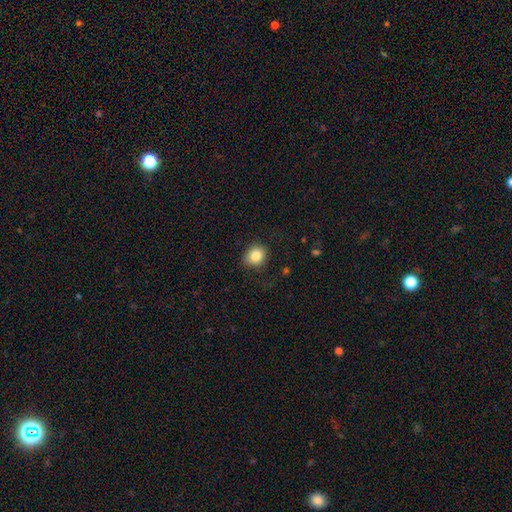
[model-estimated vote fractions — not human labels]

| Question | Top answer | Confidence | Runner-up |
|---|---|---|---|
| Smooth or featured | smooth | 83% | star or artifact (10%) |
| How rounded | round | 74% | in between (25%) |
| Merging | none | 79% | minor disturbance (15%) |